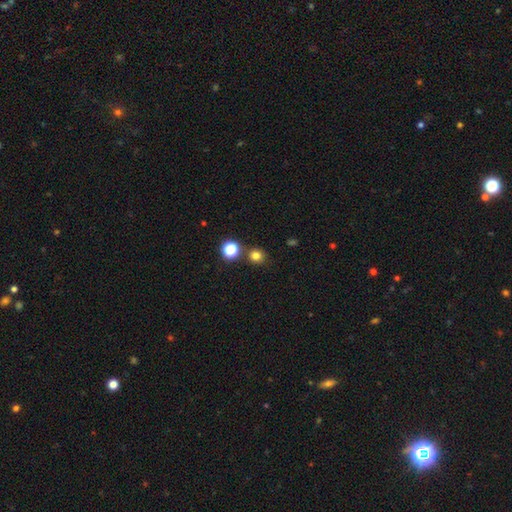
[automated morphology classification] A smooth galaxy with no disk features (77%) that is round (88%). Merging: none (80%).